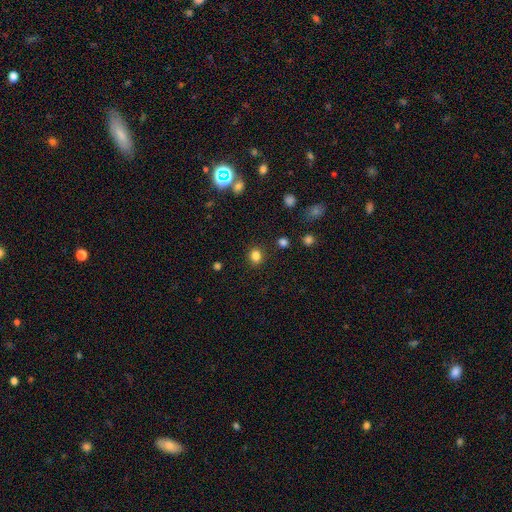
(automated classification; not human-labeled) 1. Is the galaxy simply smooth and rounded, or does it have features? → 82% smooth, 13% star or artifact, 5% featured or disk.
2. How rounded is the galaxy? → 70% round, 29% in between, 1% cigar-shaped.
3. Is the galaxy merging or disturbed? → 88% none, 8% minor disturbance, 3% major disturbance, 2% merger.